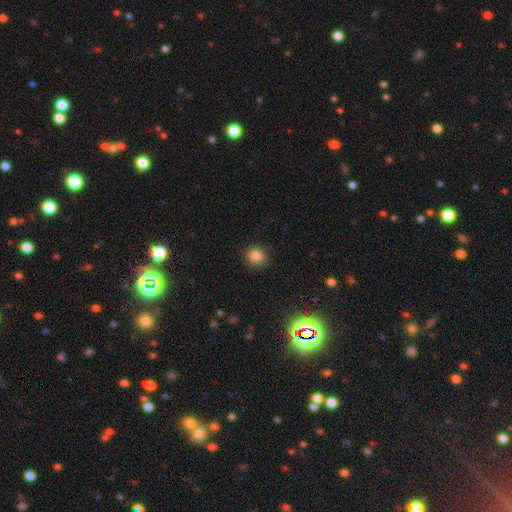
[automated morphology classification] Overall: smooth (83%). How rounded: round (91%). Merging: none (89%).